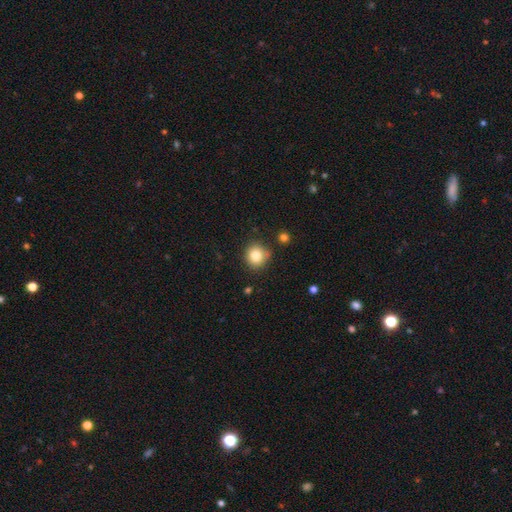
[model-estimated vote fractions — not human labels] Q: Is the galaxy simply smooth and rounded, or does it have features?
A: smooth — 81%.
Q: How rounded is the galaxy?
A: round — 89%.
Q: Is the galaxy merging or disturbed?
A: none — 80%.